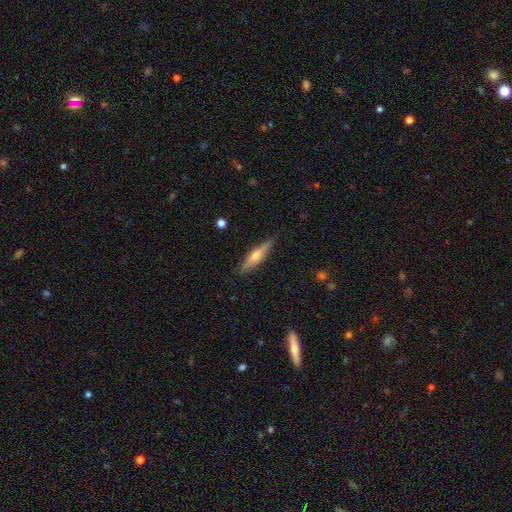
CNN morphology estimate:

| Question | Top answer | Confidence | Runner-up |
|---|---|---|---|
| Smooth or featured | featured or disk | 51% | smooth (43%) |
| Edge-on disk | yes | 92% | no (8%) |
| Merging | none | 87% | minor disturbance (10%) |